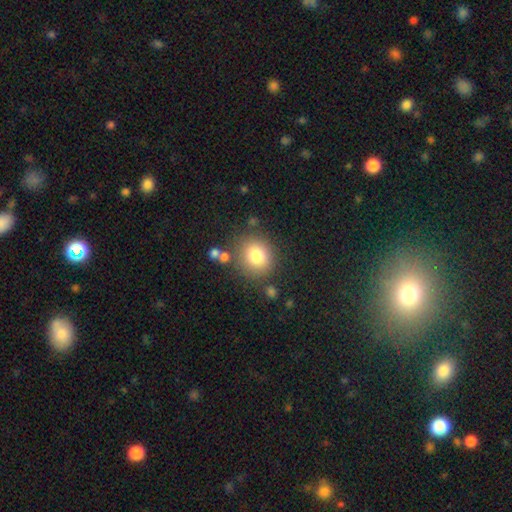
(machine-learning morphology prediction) Smooth or featured? Predicted: smooth (p=0.79). How rounded? Predicted: round (p=0.83). Merging? Predicted: none (p=0.79).